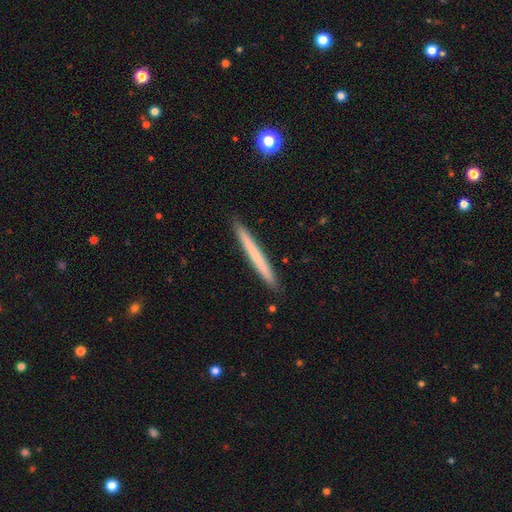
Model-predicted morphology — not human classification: Smooth or featured?
  - smooth: 63% *
  - featured or disk: 32%
  - star or artifact: 5%
How rounded?
  - cigar-shaped: 97% *
  - in between: 1%
  - round: 1%
Merging?
  - none: 92% *
  - minor disturbance: 6%
  - major disturbance: 1%
  - merger: 1%